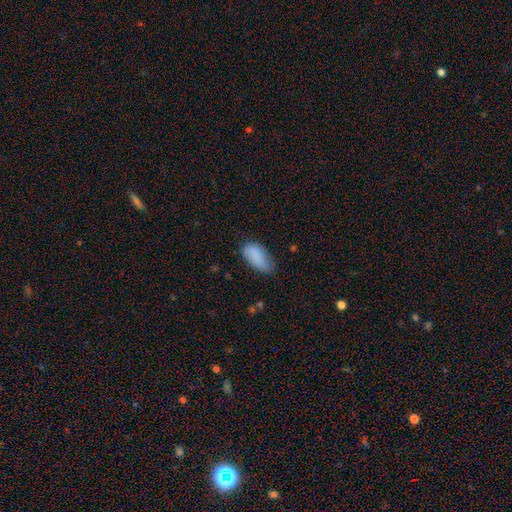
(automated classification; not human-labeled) Morphology: type=smooth (85%); roundness=in between (92%); merging=none (53%).